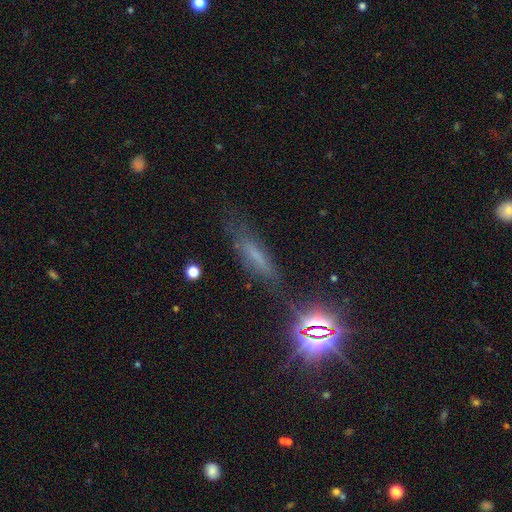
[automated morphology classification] This appears to be a smooth galaxy with no disk features (41%). Merging: none (69%).